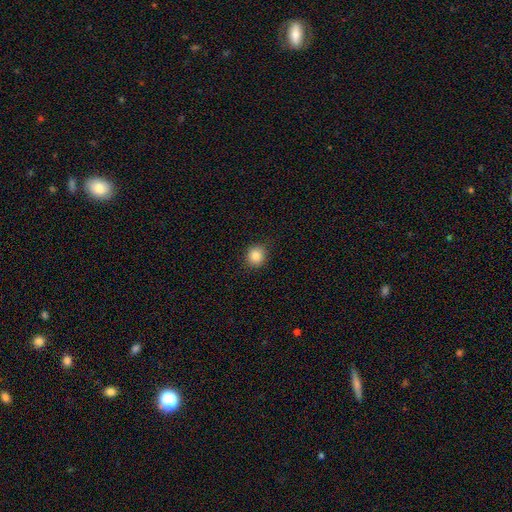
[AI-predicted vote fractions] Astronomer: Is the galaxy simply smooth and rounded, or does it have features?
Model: smooth — 84%.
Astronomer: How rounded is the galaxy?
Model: round — 89%.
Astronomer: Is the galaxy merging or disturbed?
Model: none — 88%.